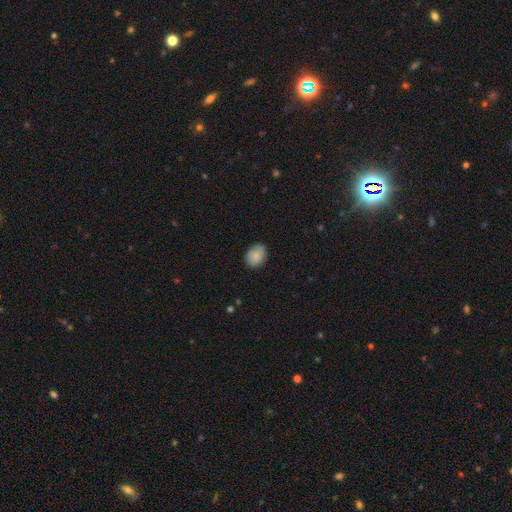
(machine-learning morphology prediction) A smooth galaxy with no disk features (88%) that is in between round and cigar-shaped (57%). Merging: none (80%).